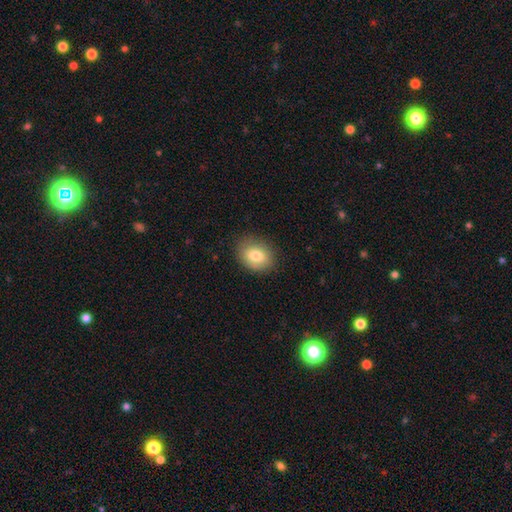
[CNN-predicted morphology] Smooth or featured? smooth (80%)
How rounded? in between (60%)
Merging? none (83%)